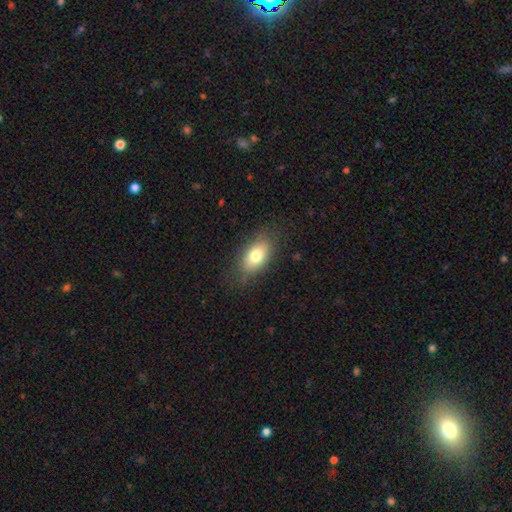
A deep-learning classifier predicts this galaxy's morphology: type=smooth (78%); roundness=in between (89%); merging=none (80%).